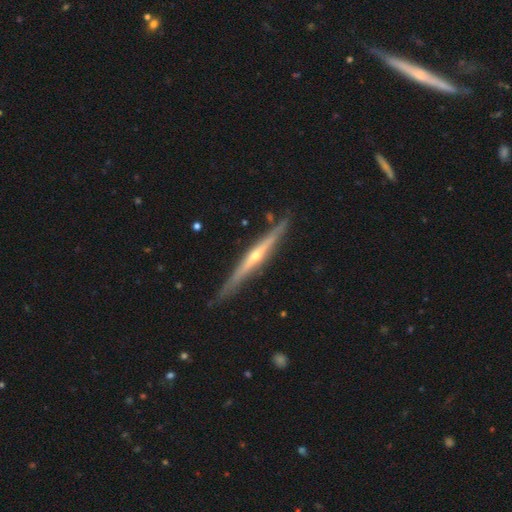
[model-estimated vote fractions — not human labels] smooth-or-featured: featured or disk: 80% | smooth: 15% | star or artifact: 5%
  disk-edge-on: yes: 97% | no: 3%
    edge-on-bulge: rounded: 80% | none: 16% | boxy: 4%
  merging: none: 86% | minor disturbance: 10% | major disturbance: 2% | merger: 2%